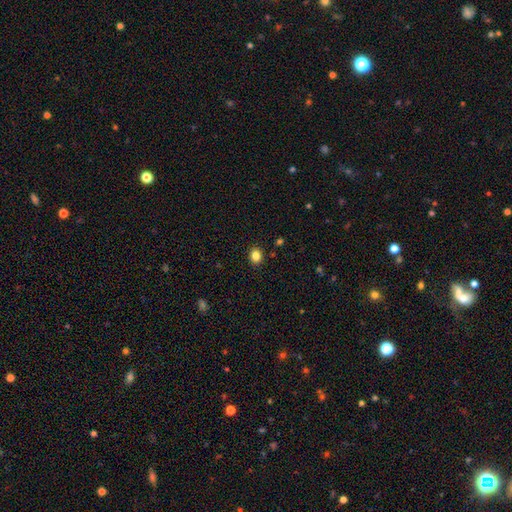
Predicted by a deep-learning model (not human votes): smooth-or-featured: smooth: 84% | star or artifact: 12% | featured or disk: 5%
  how-rounded: round: 63% | in between: 36% | cigar-shaped: 1%
  merging: none: 90% | minor disturbance: 7% | major disturbance: 2% | merger: 1%